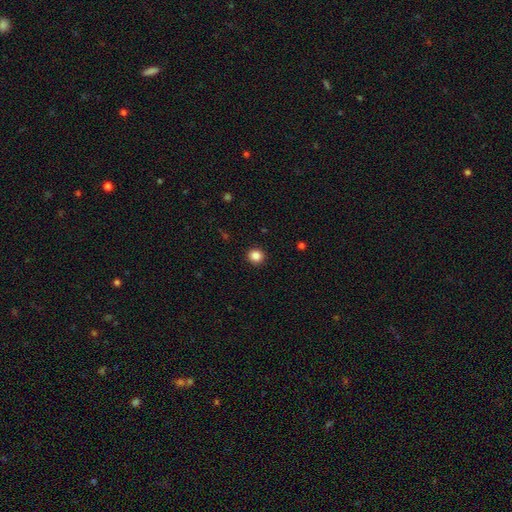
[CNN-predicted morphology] The model was most divided on "smooth or featured": smooth: 86%, star or artifact: 11%, featured or disk: 4%. More confident: merging — none (92%); how rounded — round (88%).